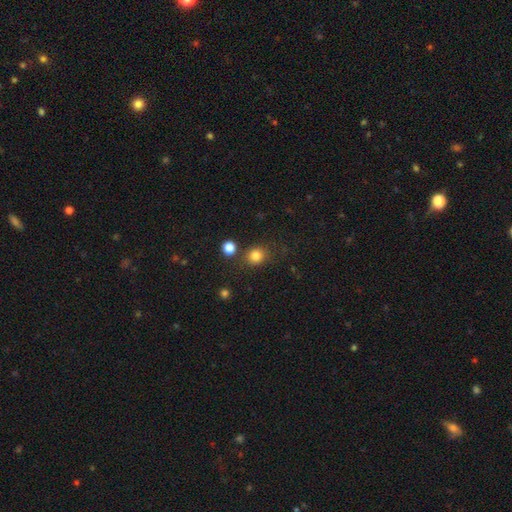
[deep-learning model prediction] Smooth or featured: smooth — 82% (star or artifact — 13%)
How rounded: round — 79% (in between — 20%)
Merging: none — 77% (minor disturbance — 11%)